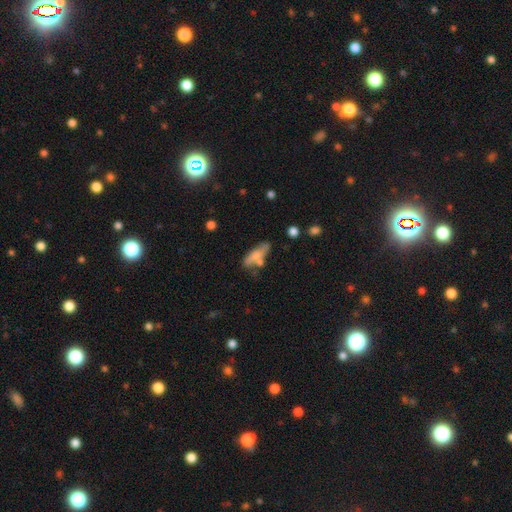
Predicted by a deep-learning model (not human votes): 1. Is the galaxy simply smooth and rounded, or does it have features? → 69% smooth, 23% featured or disk, 7% star or artifact.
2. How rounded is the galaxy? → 50% in between, 47% cigar-shaped, 3% round.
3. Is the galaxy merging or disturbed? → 55% none, 21% minor disturbance, 16% merger, 8% major disturbance.